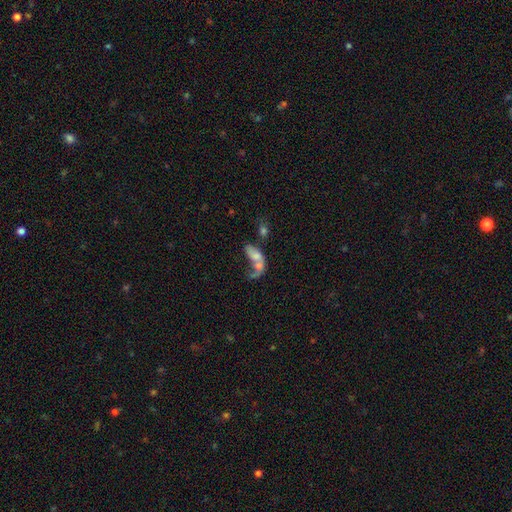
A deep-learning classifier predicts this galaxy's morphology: smooth-or-featured: smooth: 47% | featured or disk: 42% | star or artifact: 11%
  merging: merger: 59% | major disturbance: 22% | none: 12% | minor disturbance: 7%